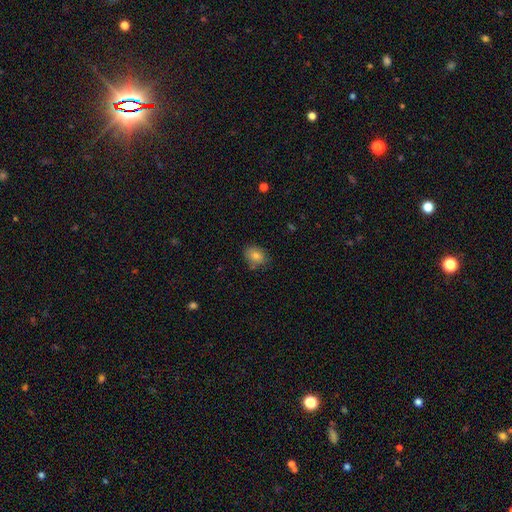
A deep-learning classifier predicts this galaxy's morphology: A smooth galaxy with no disk features (80%) that is in between round and cigar-shaped (59%). Merging: none (76%).